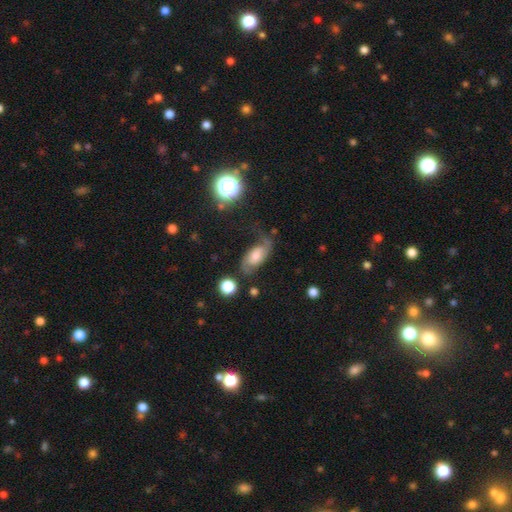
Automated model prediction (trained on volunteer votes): smooth_or_featured: featured or disk (p=0.67) [alt: smooth p=0.23]
disk_edge_on: no (p=0.93) [alt: yes p=0.07]
bar: no (p=0.61) [alt: weak p=0.31]
has_spiral_arms: yes (p=0.91) [alt: no p=0.09]
spiral_winding: loose (p=0.43) [alt: medium p=0.39]
spiral_arm_count: 2 (p=0.84) [alt: can't tell p=0.07]
bulge_size: moderate (p=0.45) [alt: small p=0.26]
merging: none (p=0.57) [alt: minor disturbance p=0.22]